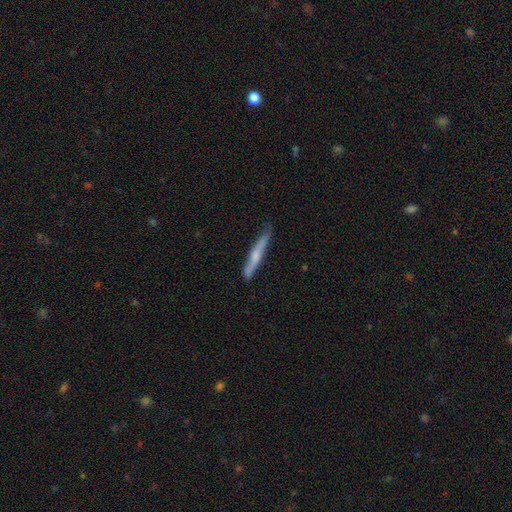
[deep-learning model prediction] Smooth or featured?
  - featured or disk: 49% *
  - smooth: 45%
  - star or artifact: 6%
Merging?
  - none: 76% *
  - minor disturbance: 19%
  - major disturbance: 3%
  - merger: 2%